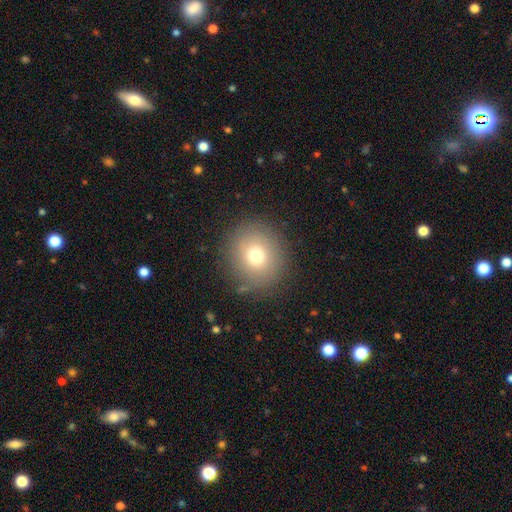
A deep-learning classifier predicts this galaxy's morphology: Smooth or featured?
  - smooth: 71% *
  - featured or disk: 15%
  - star or artifact: 14%
How rounded?
  - round: 88% *
  - in between: 11%
  - cigar-shaped: 1%
Merging?
  - none: 86% *
  - minor disturbance: 9%
  - major disturbance: 4%
  - merger: 1%